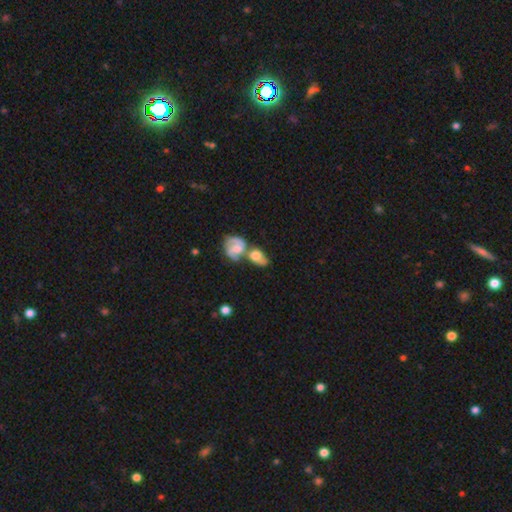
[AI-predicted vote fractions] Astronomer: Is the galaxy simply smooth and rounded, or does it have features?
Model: featured or disk — 47% (runner-up: smooth, 46%).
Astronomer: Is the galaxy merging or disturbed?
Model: merger — 62%.